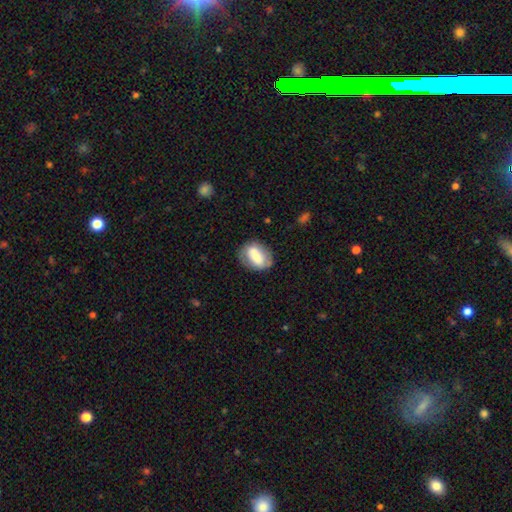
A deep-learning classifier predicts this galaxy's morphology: Smooth or featured? Predicted: smooth (p=0.61). How rounded? Predicted: in between (p=0.76). Merging? Predicted: none (p=0.74).